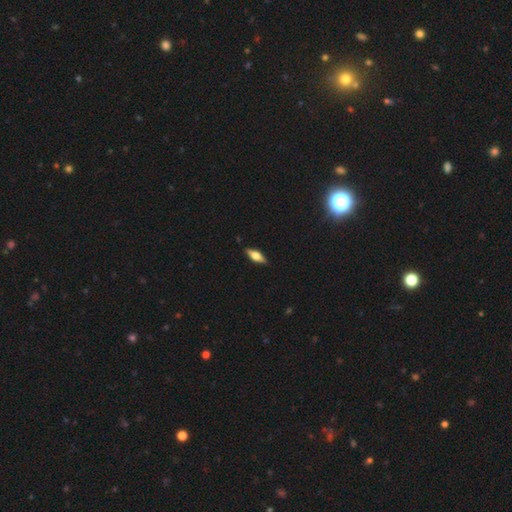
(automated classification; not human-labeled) smooth-or-featured: featured or disk: 47% | smooth: 46% | star or artifact: 7%
  merging: none: 87% | minor disturbance: 10% | major disturbance: 2% | merger: 1%